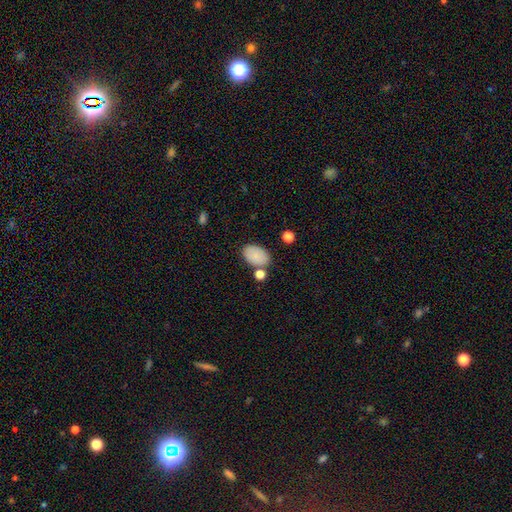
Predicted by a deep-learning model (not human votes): Q: Smooth or featured?
A: smooth (86%); runner-up: star or artifact (8%)
Q: How rounded?
A: in between (92%); runner-up: round (7%)
Q: Merging?
A: none (75%); runner-up: minor disturbance (13%)